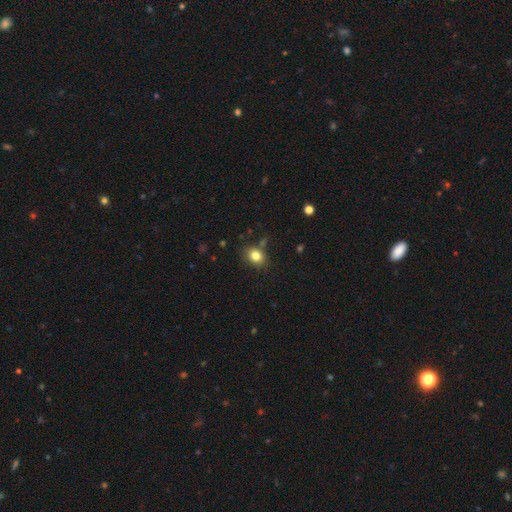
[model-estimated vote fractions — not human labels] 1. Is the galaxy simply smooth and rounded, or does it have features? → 82% smooth, 11% star or artifact, 7% featured or disk.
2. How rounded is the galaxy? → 50% in between, 49% round, 1% cigar-shaped.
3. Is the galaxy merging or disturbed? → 79% none, 13% minor disturbance, 5% merger, 3% major disturbance.